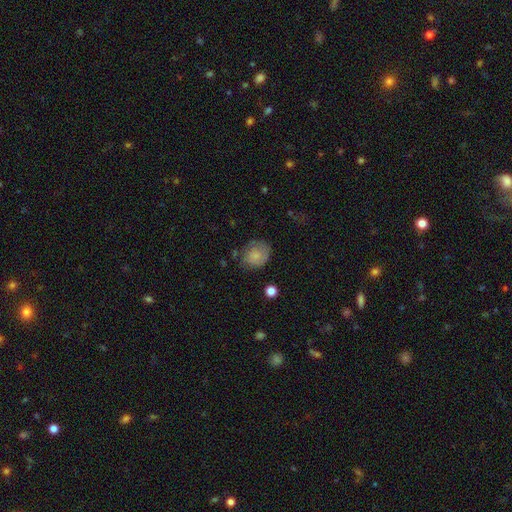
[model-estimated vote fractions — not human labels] Morphology: type=smooth (75%); roundness=round (62%); merging=none (63%).